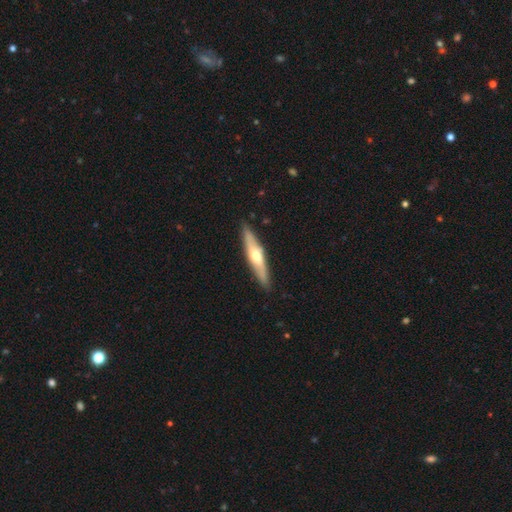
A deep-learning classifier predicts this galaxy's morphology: featured or disk 52%, smooth 43%, star or artifact 5%. Down the decision tree: edge-on disk — yes (81%); merging — none (87%).